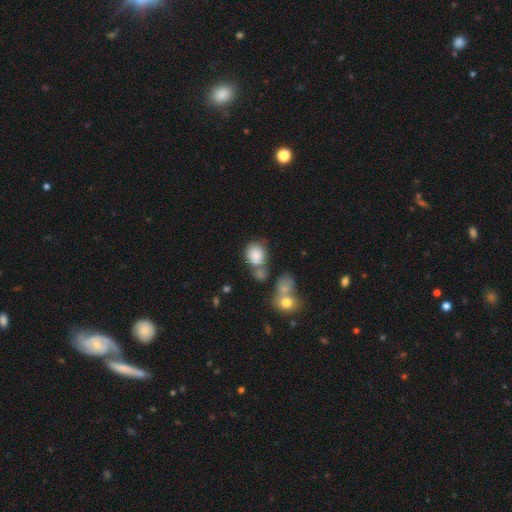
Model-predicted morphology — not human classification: Overall: smooth (83%). How rounded: round (61%; in between 38%). Merging: none (41%; merger 32%).